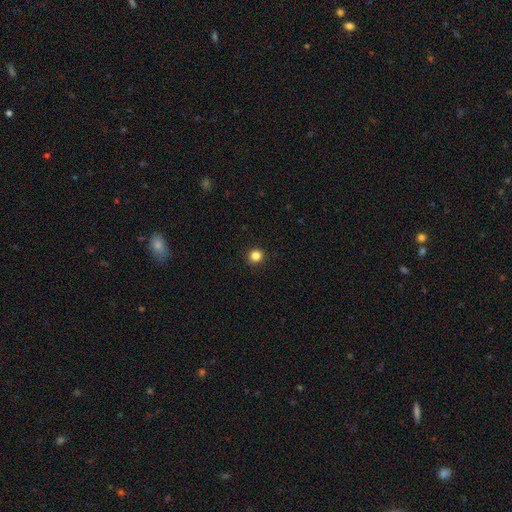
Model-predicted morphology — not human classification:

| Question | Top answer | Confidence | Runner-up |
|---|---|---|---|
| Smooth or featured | smooth | 85% | star or artifact (12%) |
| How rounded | round | 90% | in between (9%) |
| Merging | none | 92% | minor disturbance (5%) |